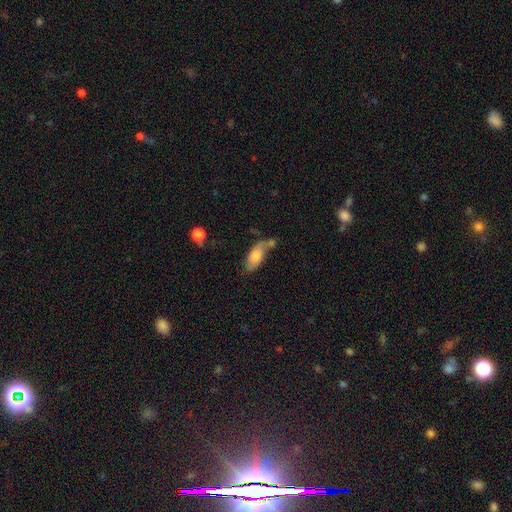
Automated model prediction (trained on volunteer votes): A smooth galaxy with no disk features (71%) that is in between round and cigar-shaped (85%).

Vote fractions:
- Smooth or featured? smooth: 71% / featured or disk: 22% / star or artifact: 7%
- How rounded? in between: 85% / cigar-shaped: 12% / round: 3%
- Merging? none: 38% / merger: 26% / minor disturbance: 24% / major disturbance: 12%